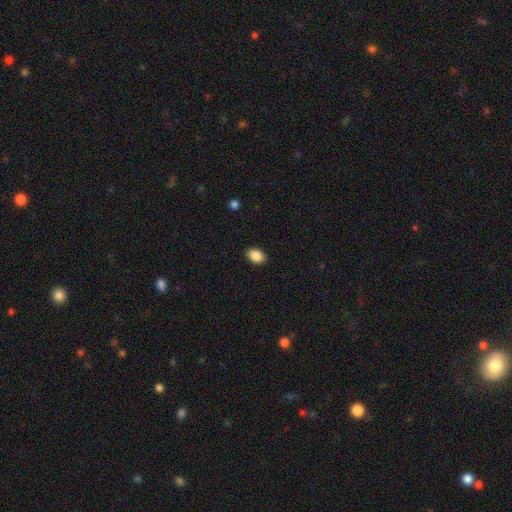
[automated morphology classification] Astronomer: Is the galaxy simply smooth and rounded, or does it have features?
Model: smooth — 89%.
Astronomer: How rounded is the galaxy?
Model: in between — 86%.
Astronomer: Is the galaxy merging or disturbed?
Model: none — 90%.